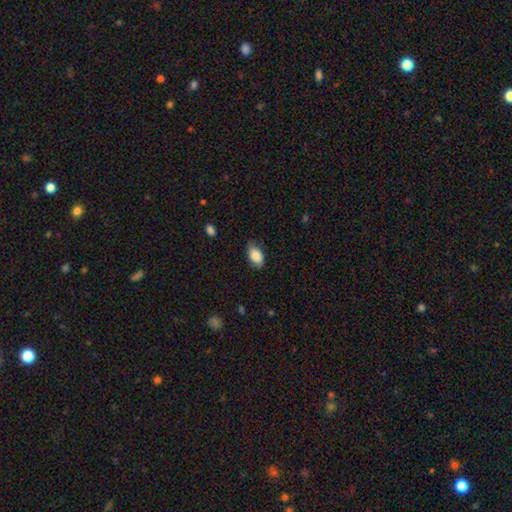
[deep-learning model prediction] Smooth or featured? Predicted: smooth (p=0.87). How rounded? Predicted: in between (p=0.92). Merging? Predicted: none (p=0.77).